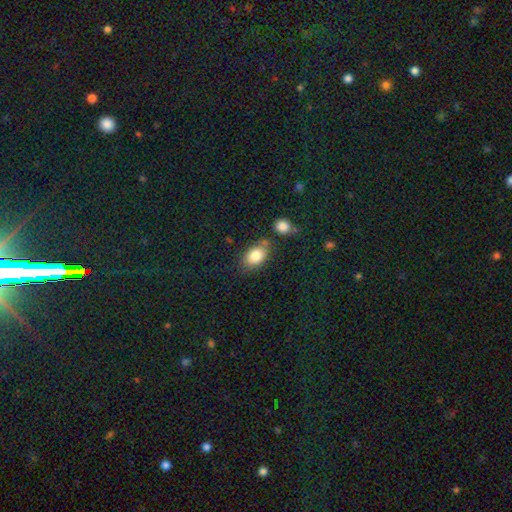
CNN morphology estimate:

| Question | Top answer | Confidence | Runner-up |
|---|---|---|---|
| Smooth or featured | smooth | 82% | featured or disk (10%) |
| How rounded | in between | 84% | round (14%) |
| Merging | none | 66% | minor disturbance (17%) |